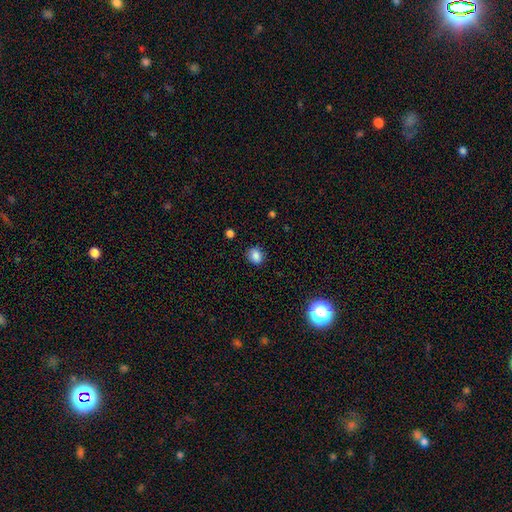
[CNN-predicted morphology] This is clearly a smooth galaxy (84%). How rounded: possibly round (58%). Merging: clearly none (84%).